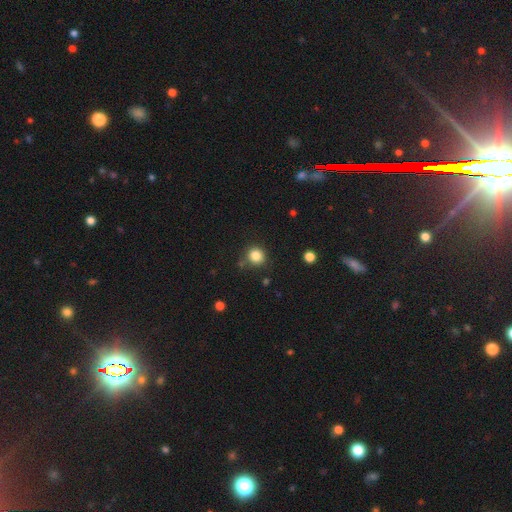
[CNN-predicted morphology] smooth_or_featured: smooth (p=0.84) [alt: star or artifact p=0.11]
how_rounded: round (p=0.90) [alt: in between p=0.09]
merging: none (p=0.81) [alt: minor disturbance p=0.11]